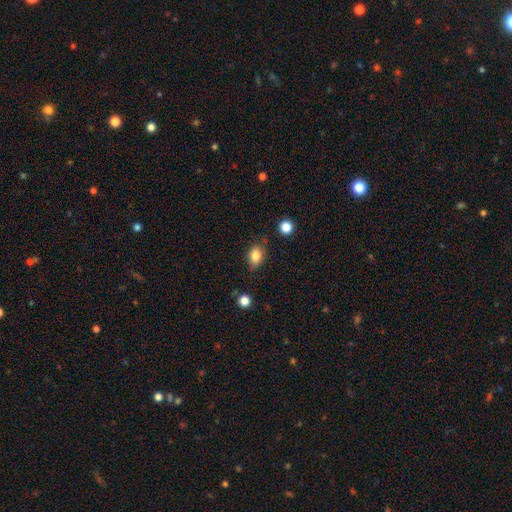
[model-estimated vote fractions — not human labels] This is clearly a smooth galaxy (82%). How rounded: likely in between (76%). Merging: likely none (71%).